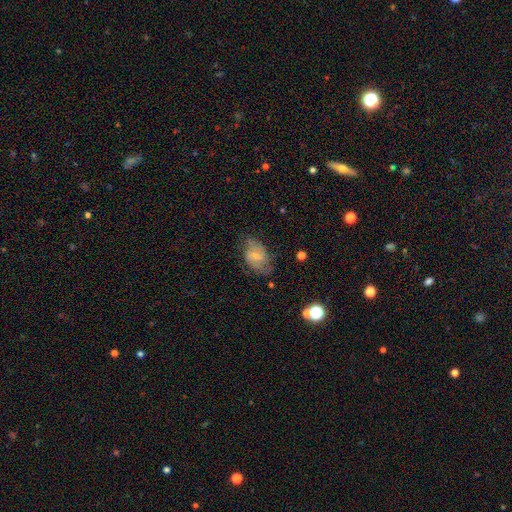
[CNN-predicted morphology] Q: Smooth or featured?
A: featured or disk (64%); runner-up: smooth (28%)
Q: Edge-on disk?
A: no (97%); runner-up: yes (3%)
Q: Bar?
A: weak (53%); runner-up: no (34%)
Q: Spiral arms?
A: yes (89%); runner-up: no (11%)
Q: Spiral winding?
A: medium (49%); runner-up: loose (26%)
Q: Spiral arm count?
A: 2 (79%); runner-up: can't tell (12%)
Q: Bulge size?
A: small (61%); runner-up: moderate (27%)
Q: Merging?
A: none (64%); runner-up: minor disturbance (24%)